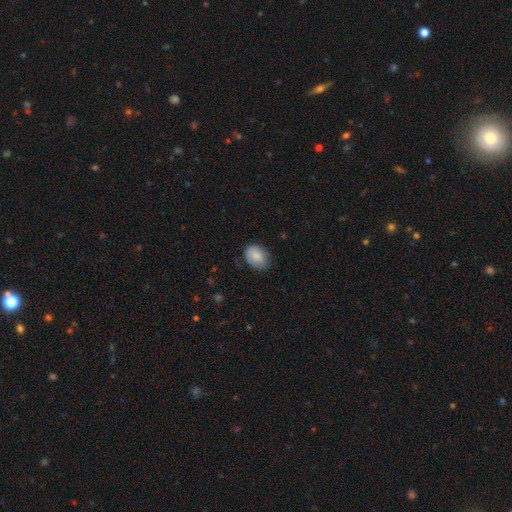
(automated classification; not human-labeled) A smooth galaxy with no disk features (84%) that is in between round and cigar-shaped (74%).

Vote fractions:
- Smooth or featured? smooth: 84% / featured or disk: 9% / star or artifact: 7%
- How rounded? in between: 74% / round: 25% / cigar-shaped: 1%
- Merging? none: 80% / minor disturbance: 16% / major disturbance: 3% / merger: 1%